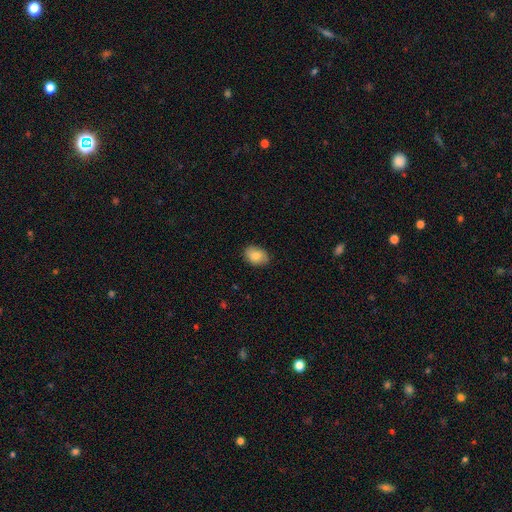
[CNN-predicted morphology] smooth-or-featured: smooth: 84% | featured or disk: 9% | star or artifact: 7%
  how-rounded: in between: 81% | round: 18% | cigar-shaped: 1%
  merging: none: 87% | minor disturbance: 10% | major disturbance: 2% | merger: 1%